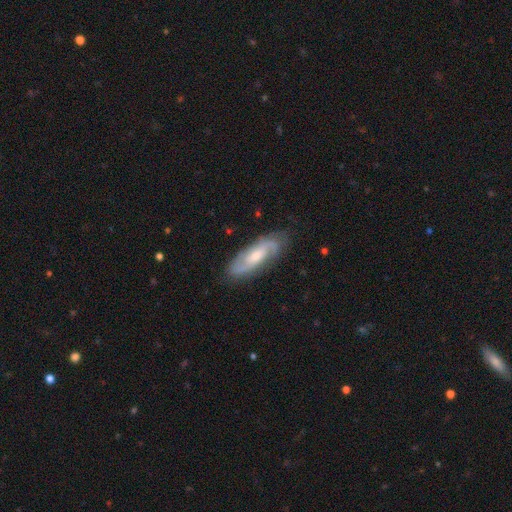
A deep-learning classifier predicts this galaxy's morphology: Smooth or featured? featured or disk (75%)
Edge-on disk? no (87%)
Bar? no (49%)
Spiral arms? yes (93%)
Spiral winding? medium (44%)
Spiral arm count? 2 (71%)
Bulge size? moderate (53%)
Merging? none (79%)